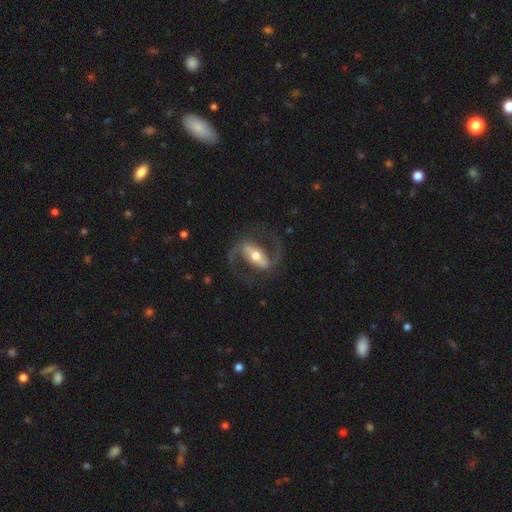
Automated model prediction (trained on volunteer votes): Smooth or featured: featured or disk — 89% (smooth — 7%)
Edge-on disk: no — 95% (yes — 5%)
Bar: strong — 63% (weak — 25%)
Spiral arms: yes — 95% (no — 5%)
Spiral winding: medium — 56% (loose — 32%)
Spiral arm count: 2 — 93% (can't tell — 2%)
Bulge size: moderate — 65% (small — 23%)
Merging: none — 77% (minor disturbance — 11%)